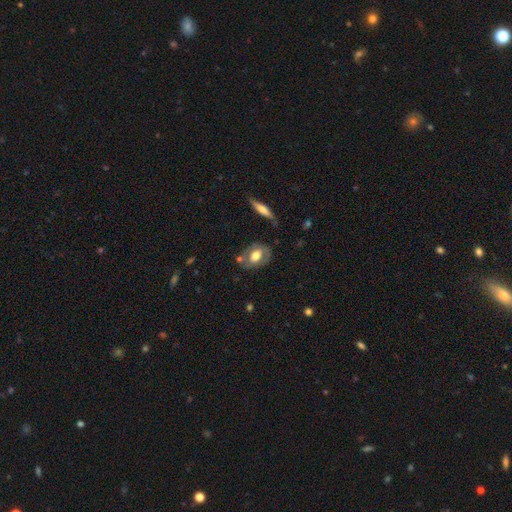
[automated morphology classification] A smooth galaxy with no disk features (51%) that is in between round and cigar-shaped (76%).

Vote fractions:
- Smooth or featured? smooth: 51% / featured or disk: 43% / star or artifact: 7%
- How rounded? in between: 76% / round: 22% / cigar-shaped: 2%
- Merging? none: 67% / minor disturbance: 19% / merger: 7% / major disturbance: 7%